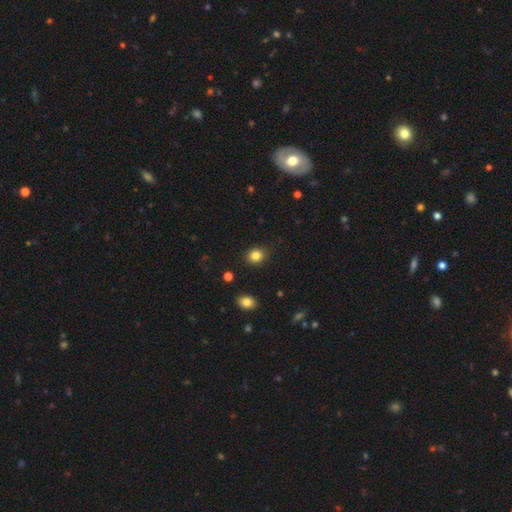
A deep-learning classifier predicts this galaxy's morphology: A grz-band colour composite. It shows a smooth galaxy with no disk features (84%) that is round (70%). Merging: none (89%).